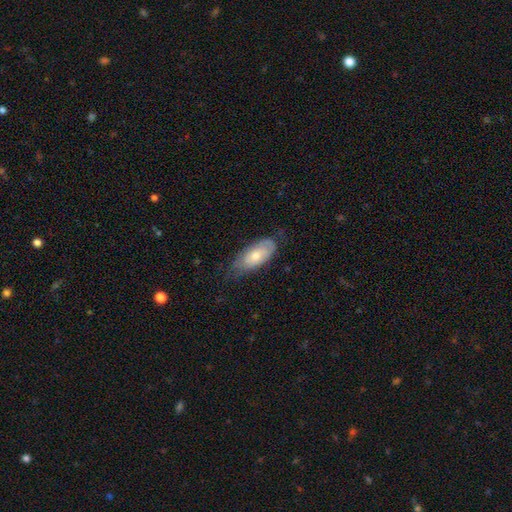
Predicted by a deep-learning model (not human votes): This is likely a smooth galaxy (63%). How rounded: clearly in between (86%). Merging: possibly none (60%).